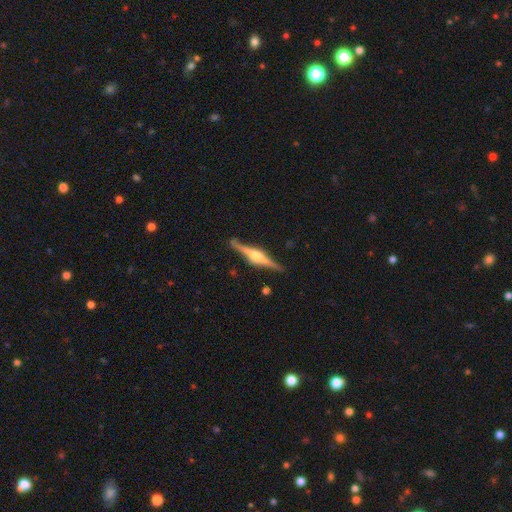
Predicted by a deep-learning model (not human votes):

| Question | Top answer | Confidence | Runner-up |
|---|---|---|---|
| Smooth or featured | featured or disk | 83% | smooth (12%) |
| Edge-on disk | yes | 98% | no (2%) |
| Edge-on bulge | rounded | 88% | boxy (9%) |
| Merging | none | 88% | minor disturbance (9%) |